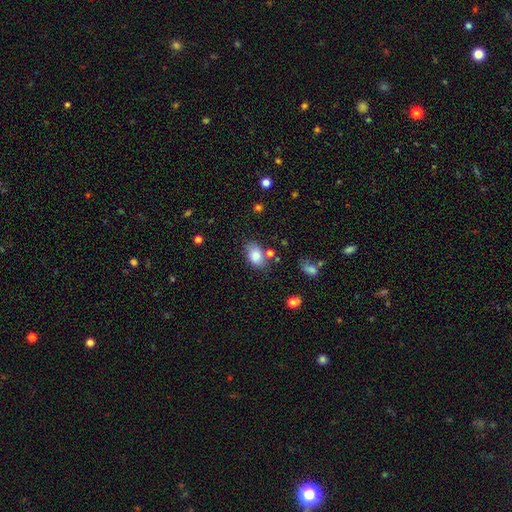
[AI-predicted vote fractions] Overall: smooth (81%). How rounded: in between (88%). Merging: none (68%).